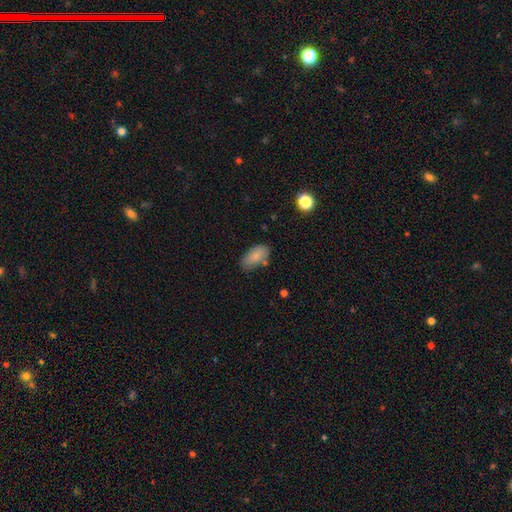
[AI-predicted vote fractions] This is clearly a smooth galaxy (84%). How rounded: clearly in between (92%). Merging: likely none (70%).